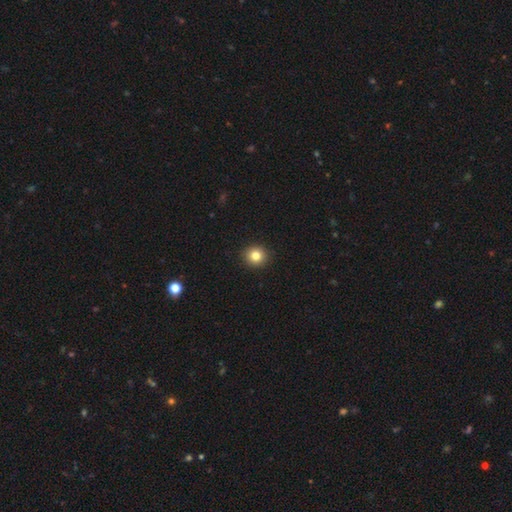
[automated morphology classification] Q: Smooth or featured?
A: smooth (82%); runner-up: star or artifact (11%)
Q: How rounded?
A: round (91%); runner-up: in between (8%)
Q: Merging?
A: none (93%); runner-up: minor disturbance (5%)